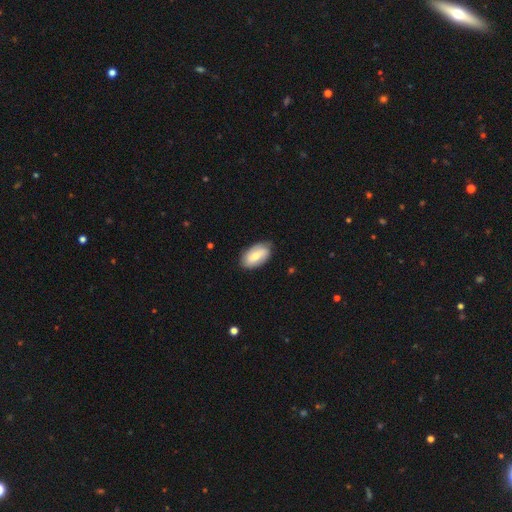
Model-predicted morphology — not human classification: Smooth or featured: smooth — 65% (featured or disk — 29%)
How rounded: in between — 93% (round — 4%)
Merging: none — 78% (minor disturbance — 18%)